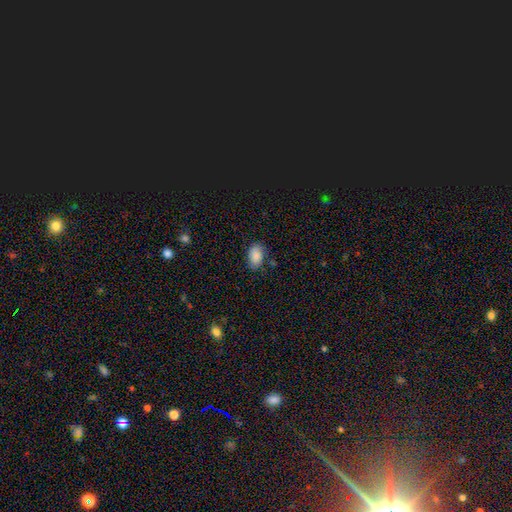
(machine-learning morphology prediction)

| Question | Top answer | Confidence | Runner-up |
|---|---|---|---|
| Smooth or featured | smooth | 88% | star or artifact (7%) |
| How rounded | in between | 90% | round (9%) |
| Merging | none | 78% | minor disturbance (16%) |